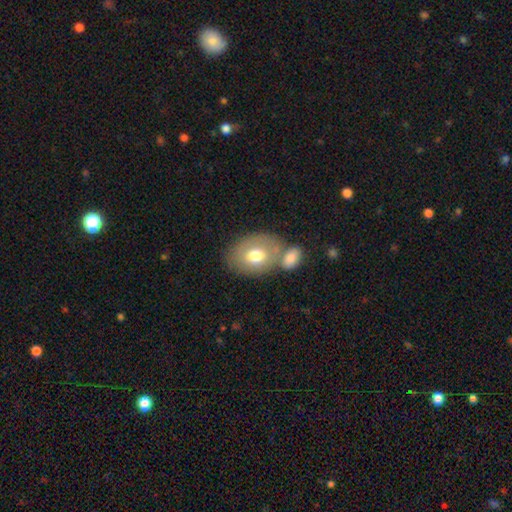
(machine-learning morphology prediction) A smooth galaxy with no disk features (69%) that is in between round and cigar-shaped (70%).

Vote fractions:
- Smooth or featured? smooth: 69% / featured or disk: 24% / star or artifact: 7%
- How rounded? in between: 70% / round: 29% / cigar-shaped: 1%
- Merging? none: 50% / merger: 31% / minor disturbance: 14% / major disturbance: 5%